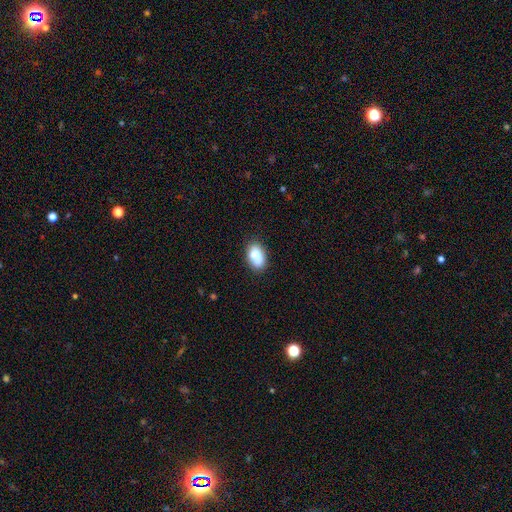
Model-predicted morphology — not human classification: smooth 82%, featured or disk 10%, star or artifact 8%. Down the decision tree: how rounded — in between (88%); merging — none (78%).